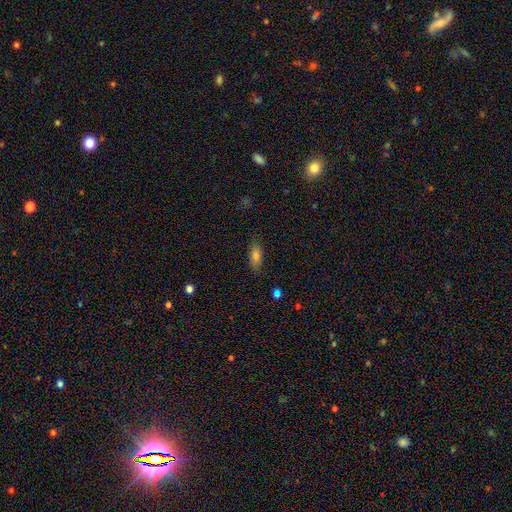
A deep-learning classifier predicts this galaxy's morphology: Smooth or featured: smooth — 75% (featured or disk — 15%)
How rounded: in between — 78% (cigar-shaped — 19%)
Merging: none — 83% (minor disturbance — 13%)